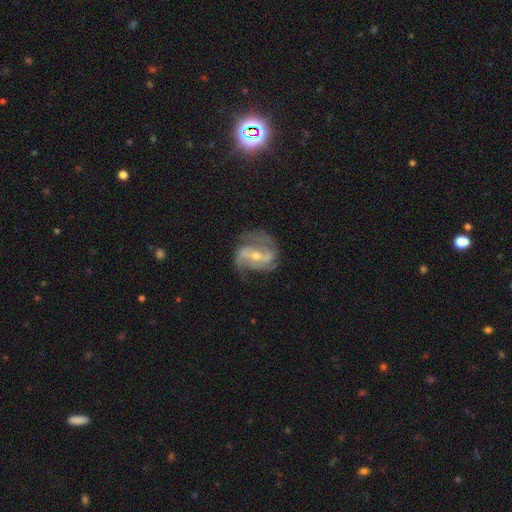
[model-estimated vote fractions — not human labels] A featured or disk galaxy (87%) with a strong bar (44%), 2 (51%) medium (50%) spiral arms (96%) and a small central bulge (50%).

Vote fractions:
- Smooth or featured? featured or disk: 87% / star or artifact: 7% / smooth: 6%
- Edge-on disk? no: 97% / yes: 3%
- Bar? strong: 44% / weak: 36% / no: 19%
- Spiral arms? yes: 96% / no: 4%
- Spiral winding? medium: 50% / loose: 26% / tight: 24%
- Spiral arm count? 2: 51% / 3: 27% / can't tell: 9% / 4: 5% / 1: 4% / more than 4: 3%
- Bulge size? small: 50% / moderate: 46% / large: 1% / none: 1% / dominant: 1%
- Merging? none: 66% / minor disturbance: 20% / major disturbance: 12% / merger: 2%